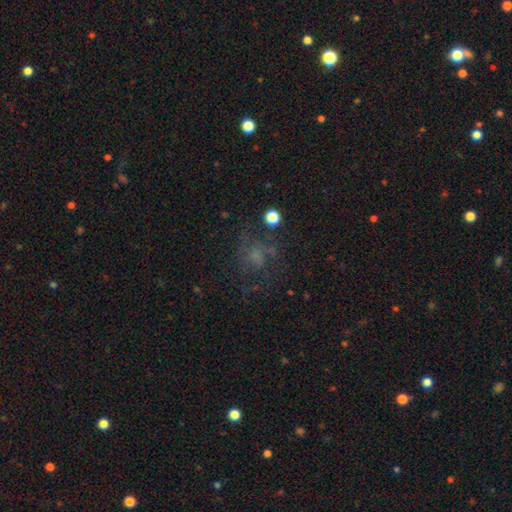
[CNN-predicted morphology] Smooth or featured?
  - smooth: 41% *
  - featured or disk: 35%
  - star or artifact: 24%
Merging?
  - none: 48% *
  - major disturbance: 29%
  - minor disturbance: 18%
  - merger: 5%